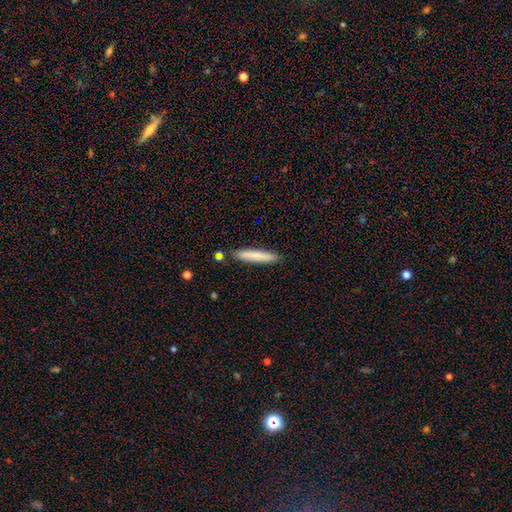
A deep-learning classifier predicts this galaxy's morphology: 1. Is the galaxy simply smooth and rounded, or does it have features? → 77% smooth, 17% featured or disk, 6% star or artifact.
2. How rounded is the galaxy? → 93% cigar-shaped, 6% in between, 1% round.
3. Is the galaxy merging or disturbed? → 84% none, 10% minor disturbance, 4% merger, 2% major disturbance.